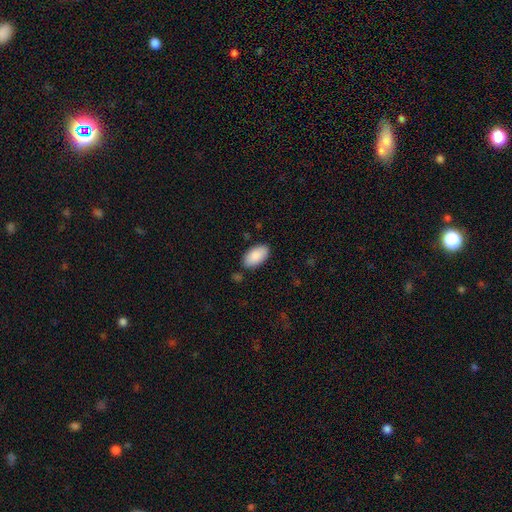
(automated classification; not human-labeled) This is clearly a smooth galaxy (88%). How rounded: clearly in between (96%). Merging: clearly none (84%).